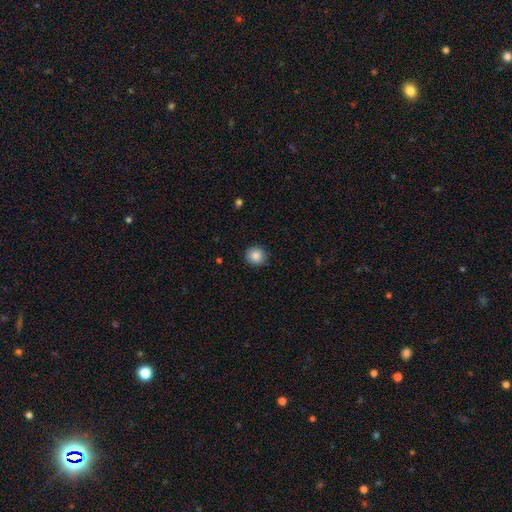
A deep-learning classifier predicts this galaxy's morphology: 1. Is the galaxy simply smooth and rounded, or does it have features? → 87% smooth, 9% star or artifact, 4% featured or disk.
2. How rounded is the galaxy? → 91% round, 8% in between, 1% cigar-shaped.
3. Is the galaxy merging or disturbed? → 89% none, 8% minor disturbance, 2% major disturbance, 1% merger.